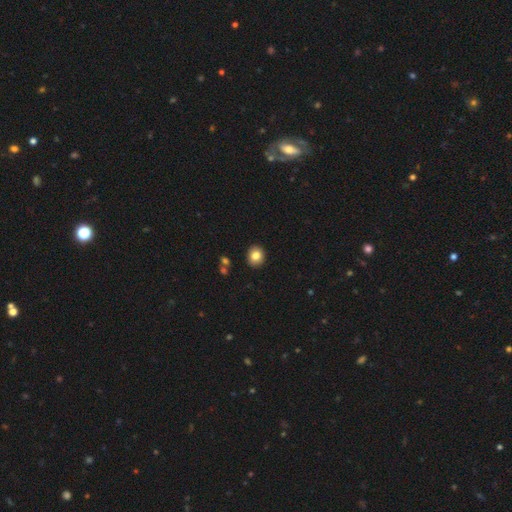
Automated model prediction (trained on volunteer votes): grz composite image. It shows a smooth galaxy with no disk features (82%) that is round (77%). Merging: none (90%).